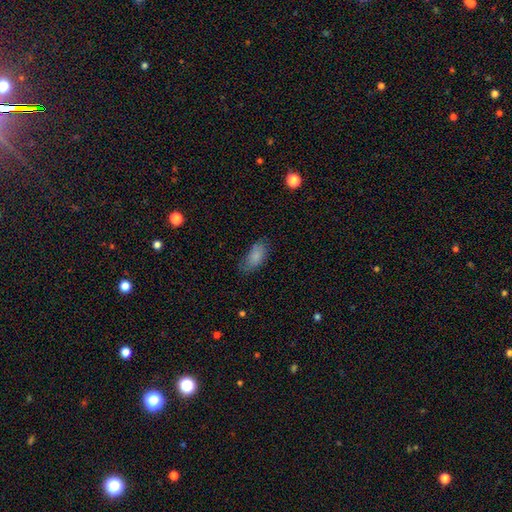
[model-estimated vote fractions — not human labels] A smooth galaxy with no disk features (81%) that is in between round and cigar-shaped (91%). Merging: none (66%).